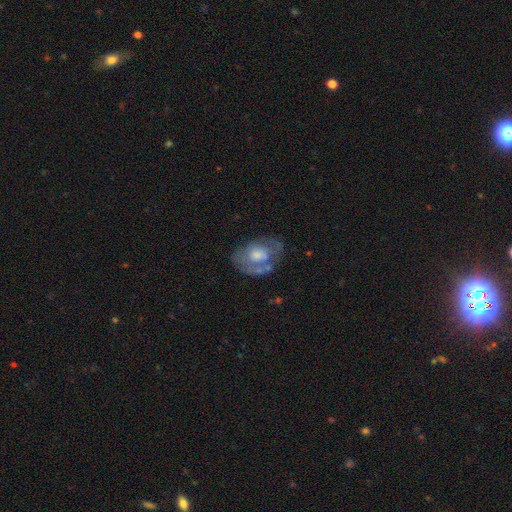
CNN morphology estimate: The model was most divided on "smooth or featured": featured or disk: 52%, smooth: 39%, star or artifact: 8%. More confident: edge-on disk — no (94%); merging — none (54%).